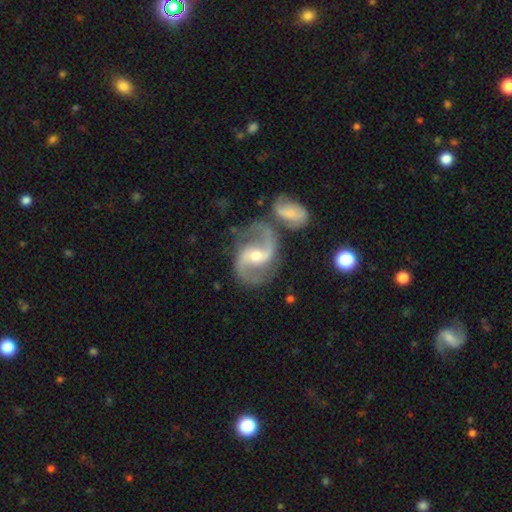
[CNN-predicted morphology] Smooth or featured?
  - featured or disk: 92% *
  - star or artifact: 5%
  - smooth: 4%
Edge-on disk?
  - no: 98% *
  - yes: 2%
Bar?
  - weak: 39% *
  - strong: 31%
  - no: 30%
Spiral arms?
  - yes: 98% *
  - no: 2%
Spiral winding?
  - medium: 52% *
  - loose: 37%
  - tight: 11%
Spiral arm count?
  - 2: 94% *
  - can't tell: 2%
  - 1: 1%
  - 3: 1%
  - 4: 1%
  - more than 4: 1%
Bulge size?
  - moderate: 57% *
  - small: 40%
  - large: 2%
  - none: 1%
  - dominant: 1%
Merging?
  - none: 66% *
  - merger: 15%
  - minor disturbance: 14%
  - major disturbance: 6%